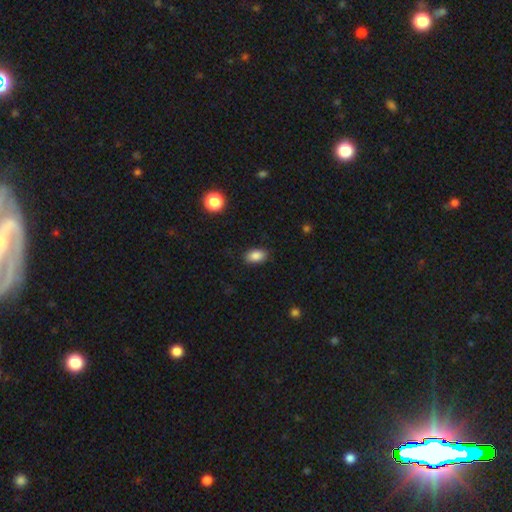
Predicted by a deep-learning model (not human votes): A smooth galaxy with no disk features (86%) that is in between round and cigar-shaped (88%).

Vote fractions:
- Smooth or featured? smooth: 86% / star or artifact: 9% / featured or disk: 5%
- How rounded? in between: 88% / round: 10% / cigar-shaped: 1%
- Merging? none: 87% / minor disturbance: 10% / major disturbance: 2% / merger: 1%